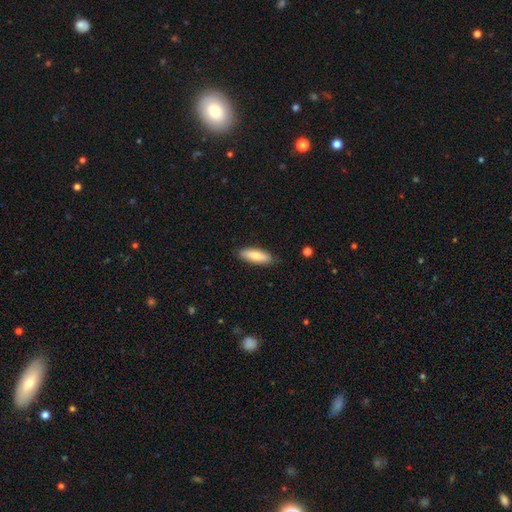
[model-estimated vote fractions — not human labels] The model was most divided on "how rounded": in between: 61%, cigar-shaped: 37%, round: 2%. More confident: merging — none (86%); smooth or featured — smooth (76%).